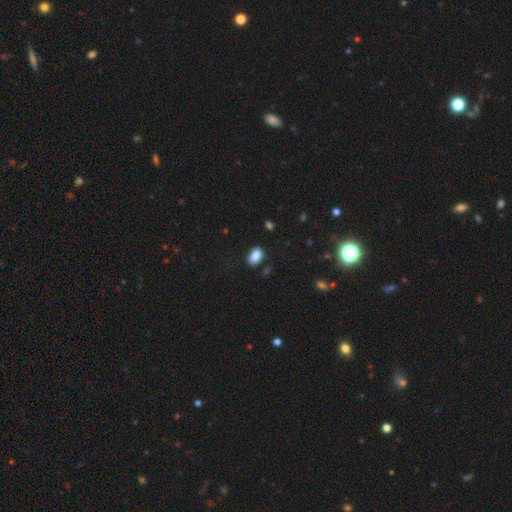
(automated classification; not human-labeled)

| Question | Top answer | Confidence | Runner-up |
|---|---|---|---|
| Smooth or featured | smooth | 87% | star or artifact (8%) |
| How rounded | in between | 88% | round (11%) |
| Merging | none | 84% | minor disturbance (12%) |